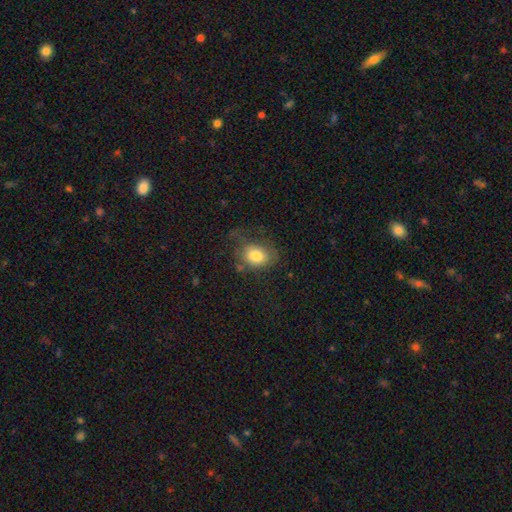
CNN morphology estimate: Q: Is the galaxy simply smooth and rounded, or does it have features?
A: smooth — 77%.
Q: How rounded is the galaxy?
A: in between — 62%.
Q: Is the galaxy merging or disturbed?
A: none — 51%.